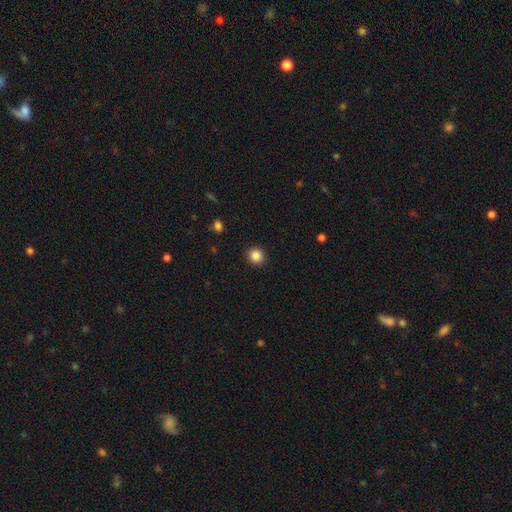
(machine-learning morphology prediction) This is clearly a smooth galaxy (86%). How rounded: clearly round (90%). Merging: clearly none (92%).